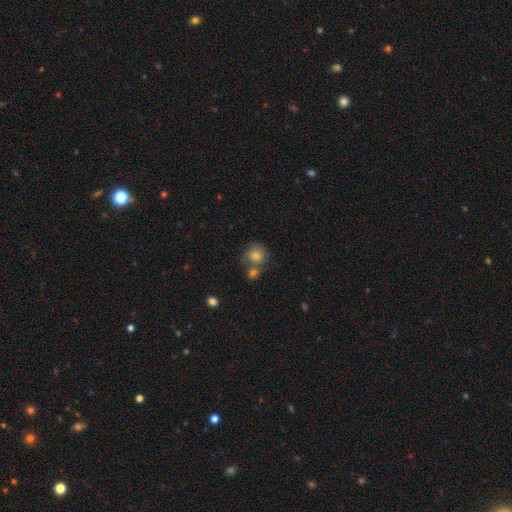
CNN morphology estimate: A smooth galaxy with no disk features (67%) that is round (82%).

Vote fractions:
- Smooth or featured? smooth: 67% / featured or disk: 20% / star or artifact: 12%
- How rounded? round: 82% / in between: 16% / cigar-shaped: 1%
- Merging? none: 47% / merger: 32% / minor disturbance: 14% / major disturbance: 7%